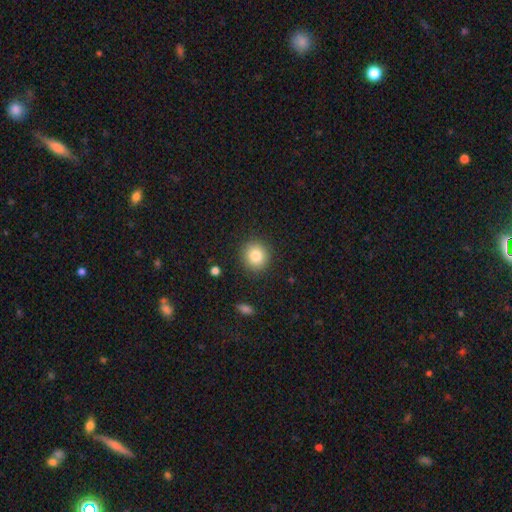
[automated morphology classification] A smooth galaxy with no disk features (82%) that is round (88%).

Vote fractions:
- Smooth or featured? smooth: 82% / star or artifact: 10% / featured or disk: 8%
- How rounded? round: 88% / in between: 11% / cigar-shaped: 1%
- Merging? none: 89% / minor disturbance: 7% / major disturbance: 2% / merger: 1%